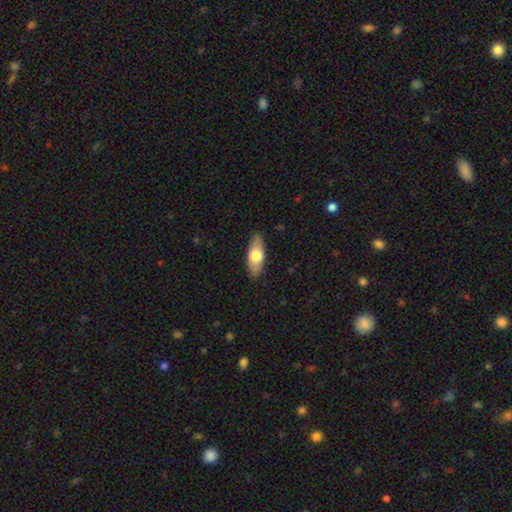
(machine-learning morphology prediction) smooth_or_featured: smooth (p=0.64) [alt: featured or disk p=0.31]
how_rounded: in between (p=0.76) [alt: cigar-shaped p=0.21]
merging: none (p=0.87) [alt: minor disturbance p=0.10]